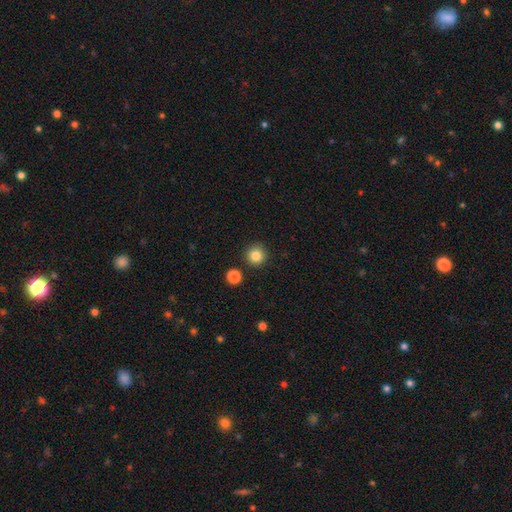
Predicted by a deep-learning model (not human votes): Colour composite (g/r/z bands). It shows a smooth galaxy with no disk features (84%) that is round (94%). Merging: none (89%).